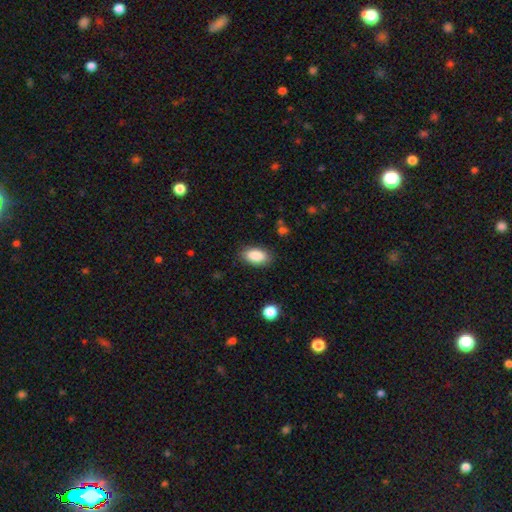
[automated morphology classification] The model was most divided on "merging": none: 86%, minor disturbance: 10%, major disturbance: 3%, merger: 1%. More confident: how rounded — in between (93%); smooth or featured — smooth (89%).